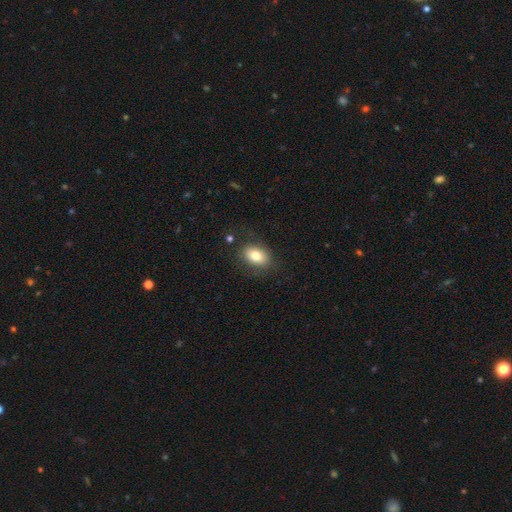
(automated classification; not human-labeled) A smooth galaxy with no disk features (80%) that is in between round and cigar-shaped (80%).

Vote fractions:
- Smooth or featured? smooth: 80% / featured or disk: 12% / star or artifact: 8%
- How rounded? in between: 80% / round: 18% / cigar-shaped: 1%
- Merging? none: 78% / minor disturbance: 15% / major disturbance: 6% / merger: 2%